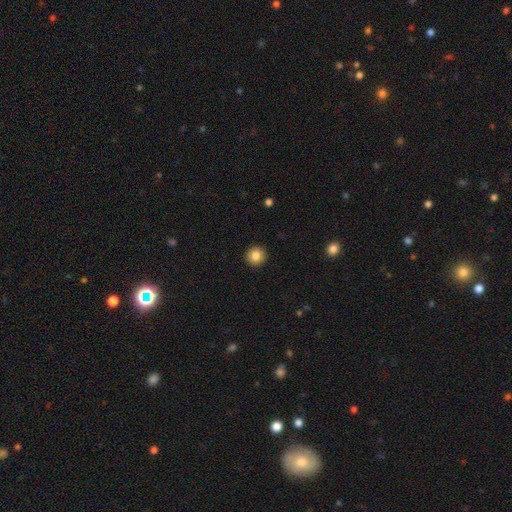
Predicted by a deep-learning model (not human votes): Morphology: type=smooth (84%); roundness=round (94%); merging=none (93%).